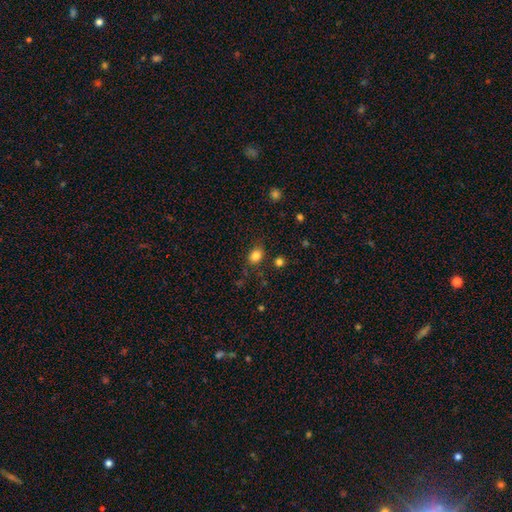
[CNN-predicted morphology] Smooth or featured? smooth (83%)
How rounded? in between (56%)
Merging? none (79%)